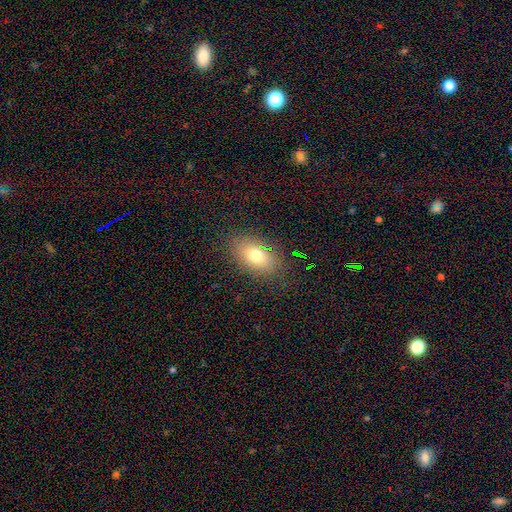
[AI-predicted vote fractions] This appears to be a smooth galaxy with no disk features (72%) that is in between round and cigar-shaped (84%). Merging: none (82%).